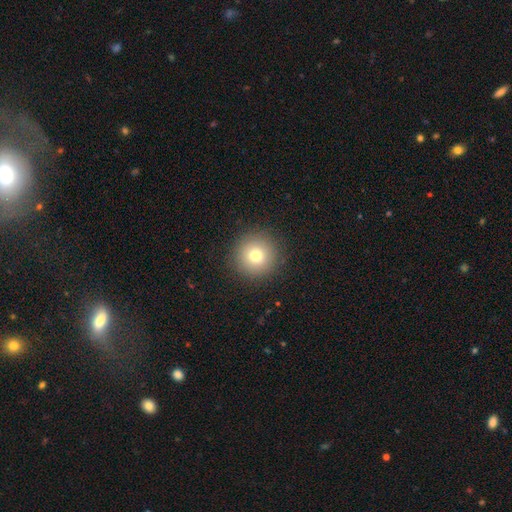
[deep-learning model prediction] A smooth galaxy with no disk features (76%) that is round (96%). Merging: none (91%).